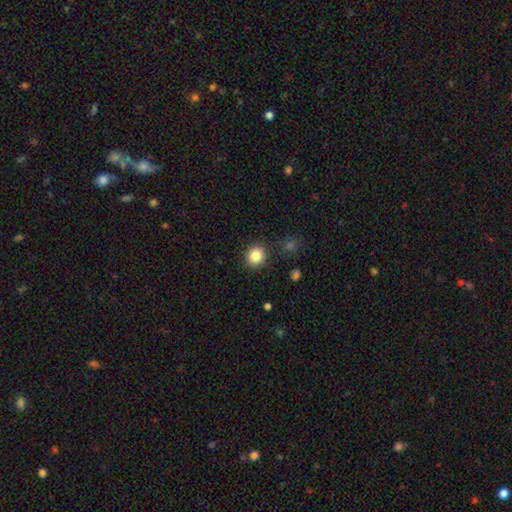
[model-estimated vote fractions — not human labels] The model was most divided on "how rounded": round: 84%, in between: 15%, cigar-shaped: 1%. More confident: merging — none (87%); smooth or featured — smooth (85%).